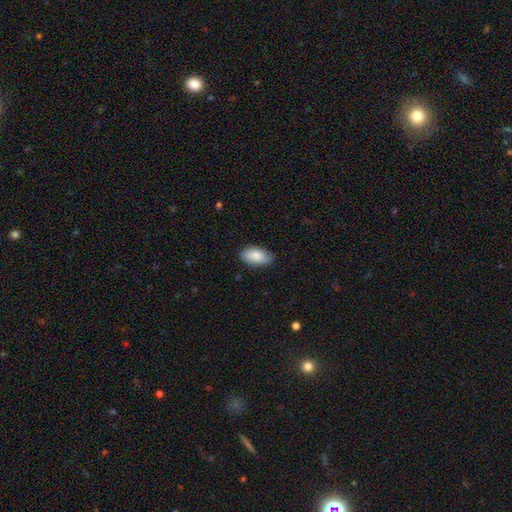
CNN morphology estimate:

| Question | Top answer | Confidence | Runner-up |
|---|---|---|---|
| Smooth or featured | smooth | 85% | featured or disk (9%) |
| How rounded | in between | 94% | round (3%) |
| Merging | none | 79% | minor disturbance (17%) |